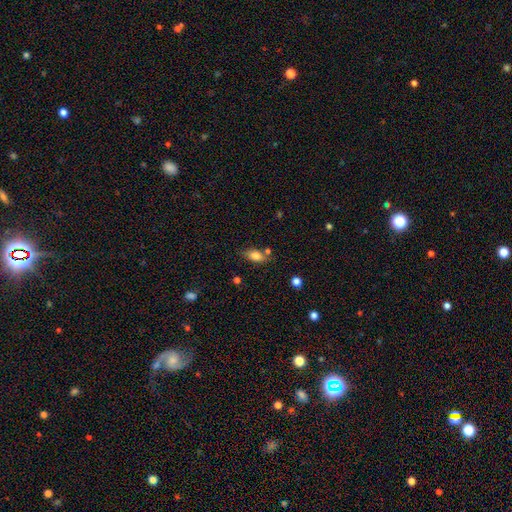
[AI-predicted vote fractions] A smooth galaxy with no disk features (79%) that is in between round and cigar-shaped (86%). Merging: none (67%).